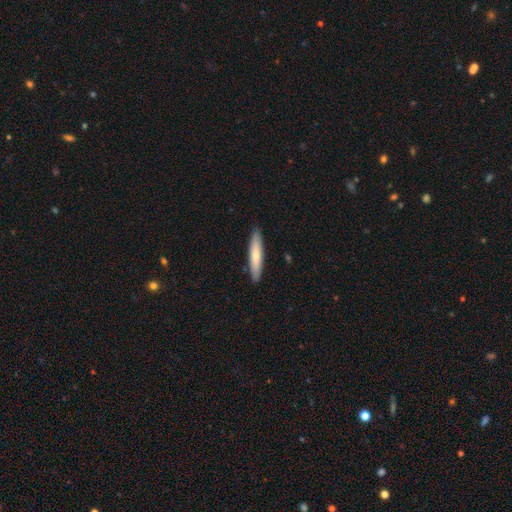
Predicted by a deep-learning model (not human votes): This is likely a smooth galaxy (70%). How rounded: clearly cigar-shaped (88%). Merging: clearly none (90%).